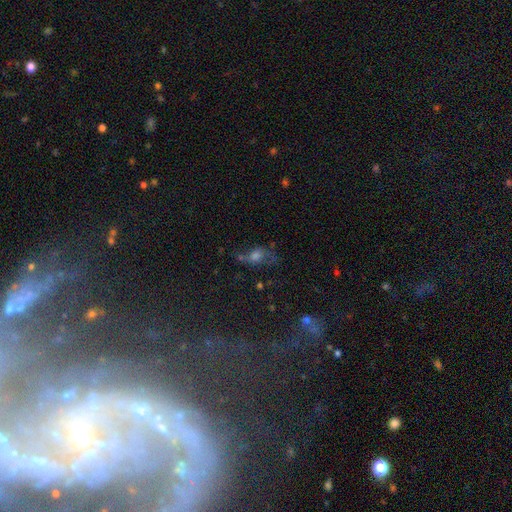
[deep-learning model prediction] Q: Smooth or featured?
A: smooth (43%); runner-up: featured or disk (31%)
Q: Merging?
A: none (45%); runner-up: major disturbance (21%)